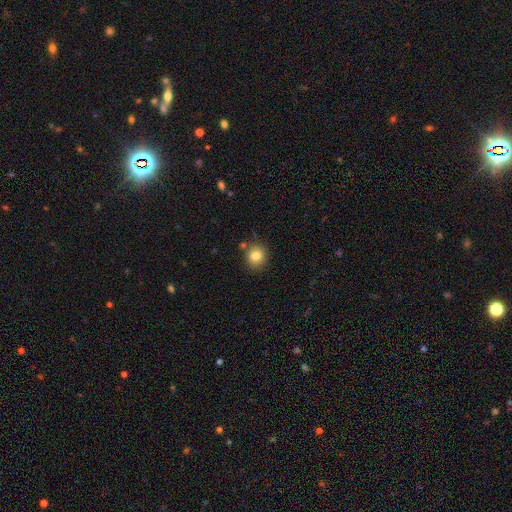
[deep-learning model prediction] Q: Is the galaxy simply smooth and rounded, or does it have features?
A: smooth — 83%.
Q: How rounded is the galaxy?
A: round — 86%.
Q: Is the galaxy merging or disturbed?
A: none — 82%.